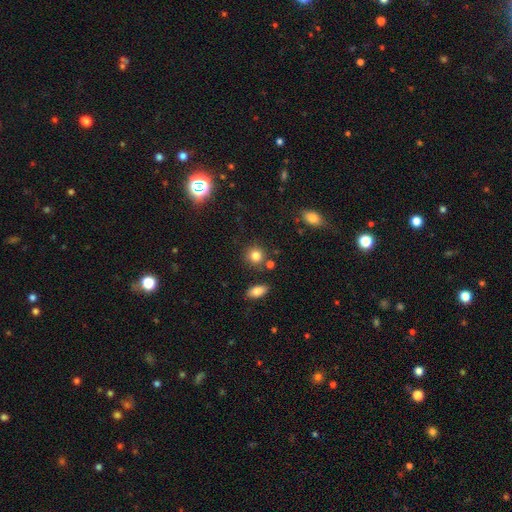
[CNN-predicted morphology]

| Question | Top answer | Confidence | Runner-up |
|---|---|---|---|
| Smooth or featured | smooth | 83% | star or artifact (11%) |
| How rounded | round | 84% | in between (15%) |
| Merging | none | 80% | minor disturbance (10%) |